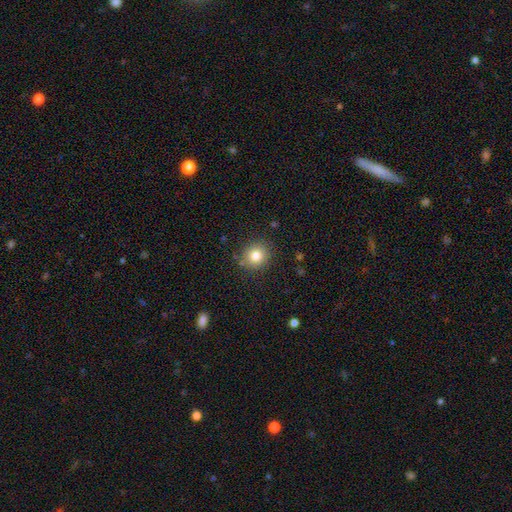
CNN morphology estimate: Overall: smooth (81%). How rounded: round (88%). Merging: none (87%).